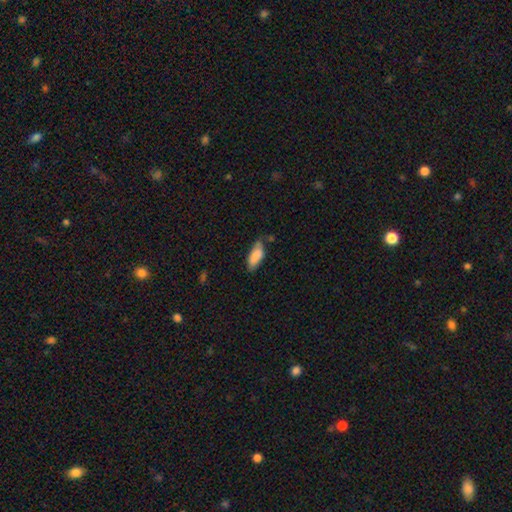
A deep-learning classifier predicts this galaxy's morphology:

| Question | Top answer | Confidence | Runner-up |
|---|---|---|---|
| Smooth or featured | smooth | 84% | featured or disk (9%) |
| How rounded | in between | 80% | cigar-shaped (18%) |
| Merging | none | 55% | minor disturbance (33%) |